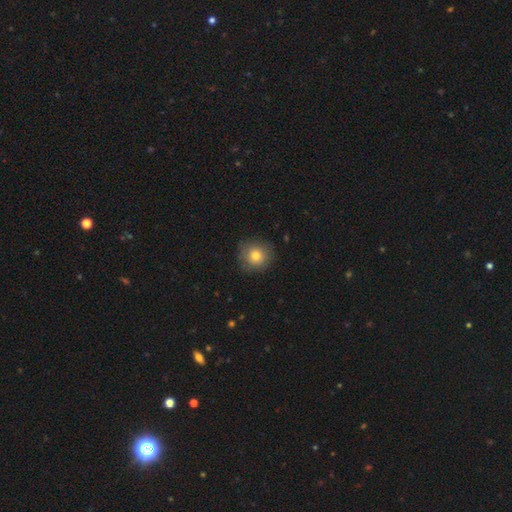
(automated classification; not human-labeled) Q: Smooth or featured?
A: smooth (78%); runner-up: featured or disk (12%)
Q: How rounded?
A: round (91%); runner-up: in between (8%)
Q: Merging?
A: none (83%); runner-up: minor disturbance (12%)